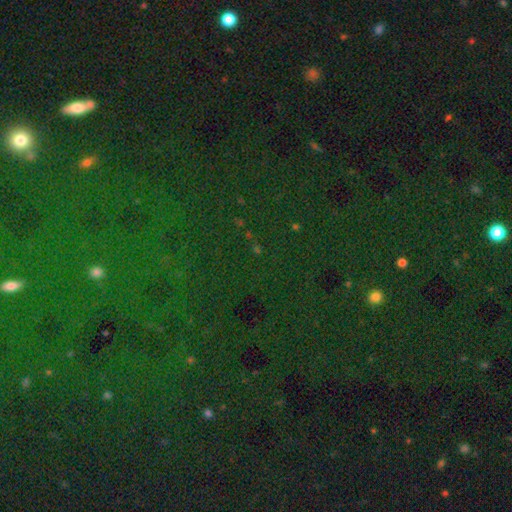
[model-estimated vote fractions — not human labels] smooth-or-featured: star or artifact: 82% | smooth: 11% | featured or disk: 7%